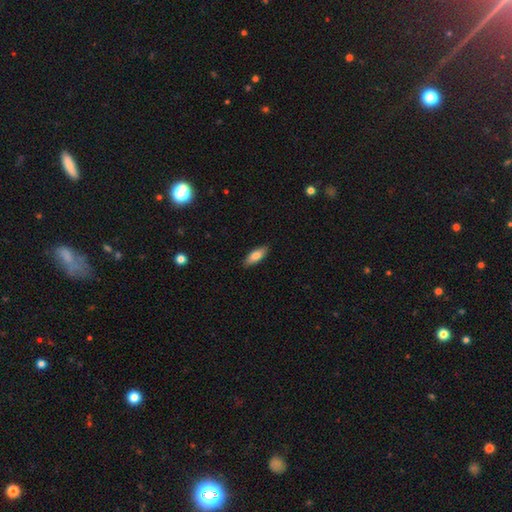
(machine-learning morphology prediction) smooth-or-featured: smooth: 78% | featured or disk: 16% | star or artifact: 6%
  how-rounded: in between: 64% | cigar-shaped: 34% | round: 2%
  merging: none: 88% | minor disturbance: 9% | major disturbance: 2% | merger: 1%